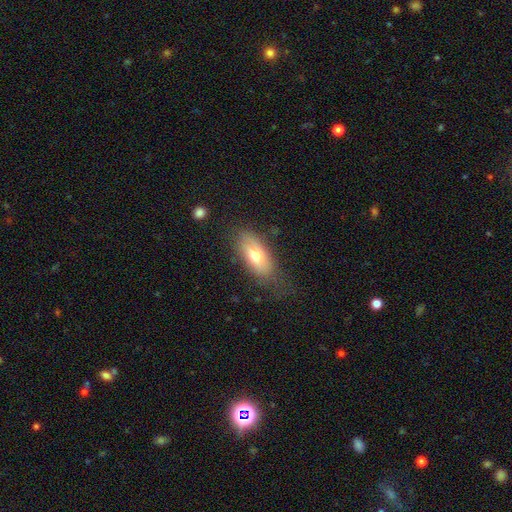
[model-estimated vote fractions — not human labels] Smooth or featured? Predicted: smooth (p=0.64). How rounded? Predicted: in between (p=0.83). Merging? Predicted: none (p=0.60).